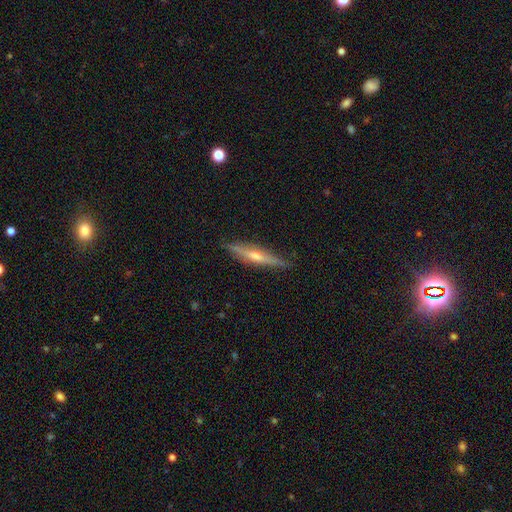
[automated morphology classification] A featured or disk galaxy (70%) viewed edge-on (96%) with a rounded central bulge (84%). Merging: none (87%).